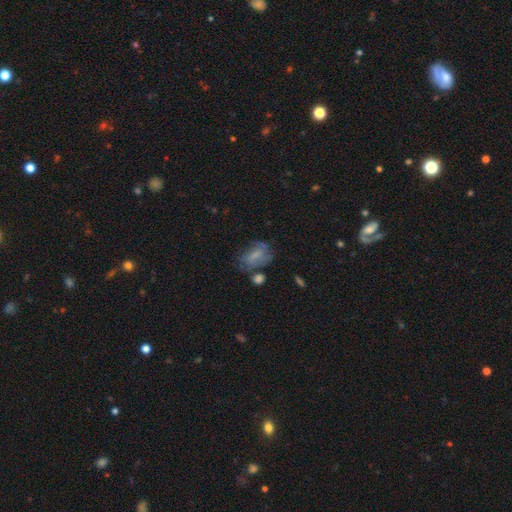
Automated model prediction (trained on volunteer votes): Morphology: type=smooth (50%); roundness=in between (80%); merging=none (45%).